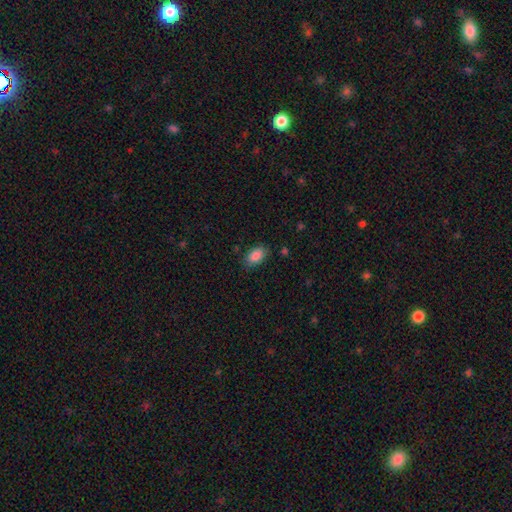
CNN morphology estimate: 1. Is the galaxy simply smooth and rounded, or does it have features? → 87% smooth, 7% star or artifact, 5% featured or disk.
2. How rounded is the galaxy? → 91% in between, 7% round, 2% cigar-shaped.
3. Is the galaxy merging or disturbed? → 84% none, 12% minor disturbance, 3% major disturbance, 1% merger.